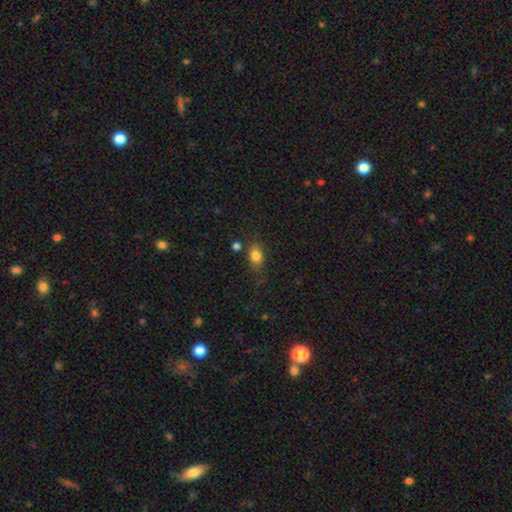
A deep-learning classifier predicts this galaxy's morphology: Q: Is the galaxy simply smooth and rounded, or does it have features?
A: smooth — 82%.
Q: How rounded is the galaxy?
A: in between — 75%.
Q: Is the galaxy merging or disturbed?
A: none — 73%.